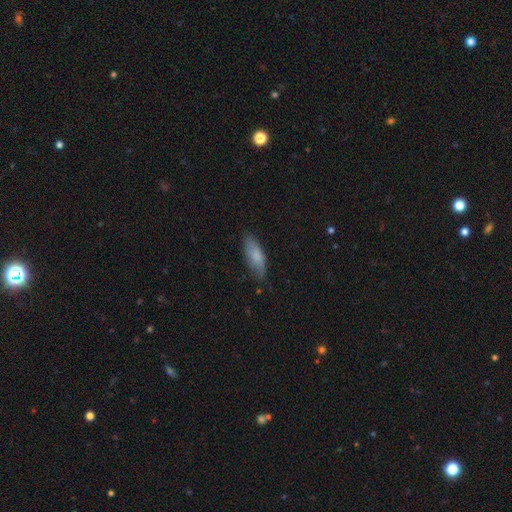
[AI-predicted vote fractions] Smooth or featured? Predicted: smooth (p=0.76). How rounded? Predicted: in between (p=0.62). Merging? Predicted: none (p=0.73).